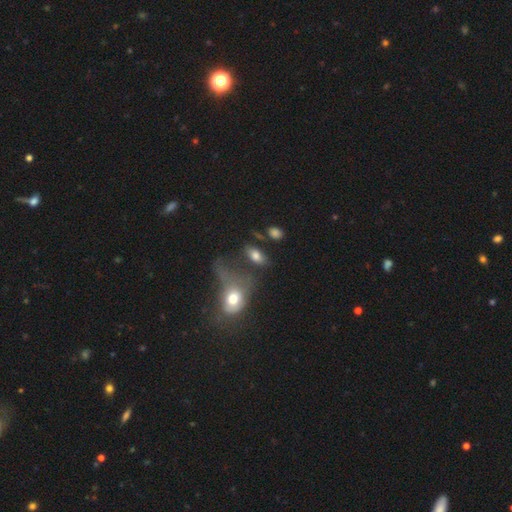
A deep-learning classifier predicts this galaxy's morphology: type=smooth (72%); roundness=in between (88%); merging=none (47%).